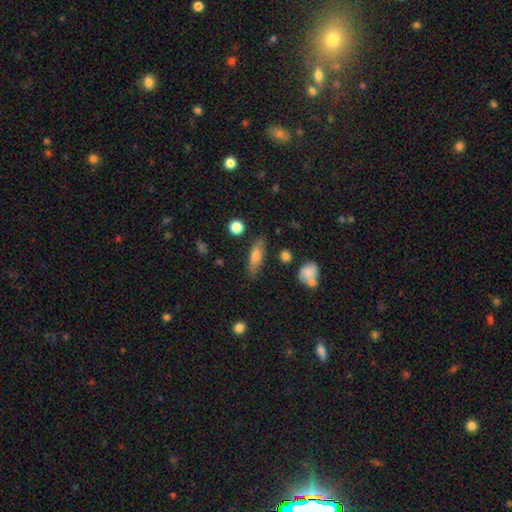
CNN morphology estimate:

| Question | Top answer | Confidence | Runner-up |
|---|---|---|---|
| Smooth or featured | smooth | 67% | featured or disk (25%) |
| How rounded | in between | 48% | tied: cigar-shaped (48%) |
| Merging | none | 74% | minor disturbance (18%) |